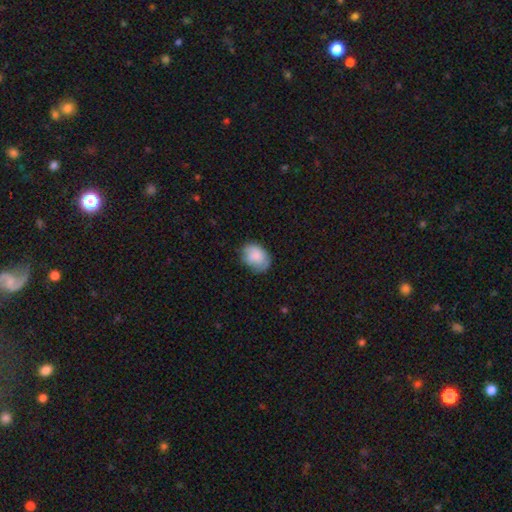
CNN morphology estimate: Q: Smooth or featured?
A: smooth (85%); runner-up: featured or disk (9%)
Q: How rounded?
A: in between (69%); runner-up: round (30%)
Q: Merging?
A: none (70%); runner-up: minor disturbance (24%)